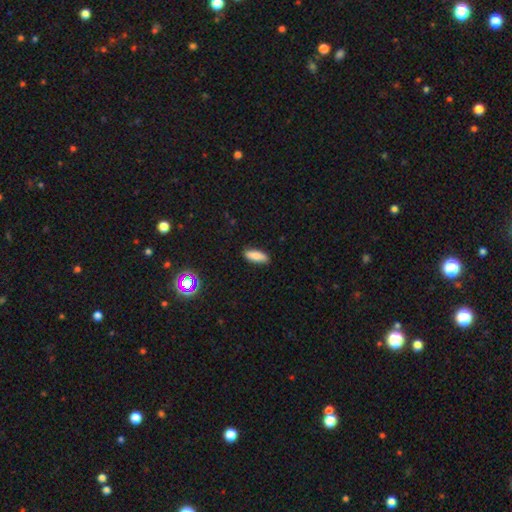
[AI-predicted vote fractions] smooth_or_featured: smooth (p=0.82) [alt: featured or disk p=0.09]
how_rounded: in between (p=0.69) [alt: cigar-shaped p=0.29]
merging: none (p=0.87) [alt: minor disturbance p=0.10]